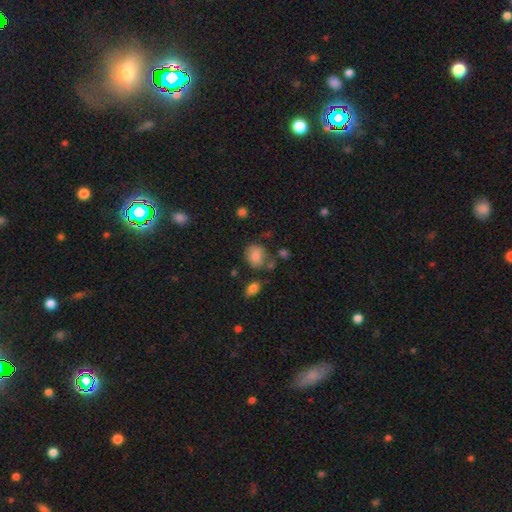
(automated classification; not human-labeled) Smooth or featured? smooth (78%)
How rounded? round (61%)
Merging? none (62%)